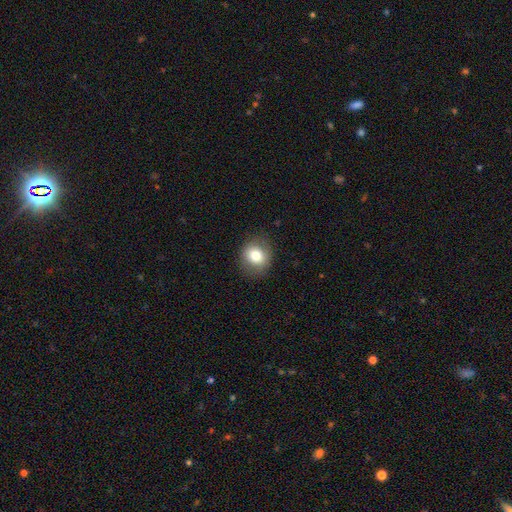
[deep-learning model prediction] Smooth or featured? Predicted: smooth (p=0.77). How rounded? Predicted: round (p=0.74). Merging? Predicted: none (p=0.83).